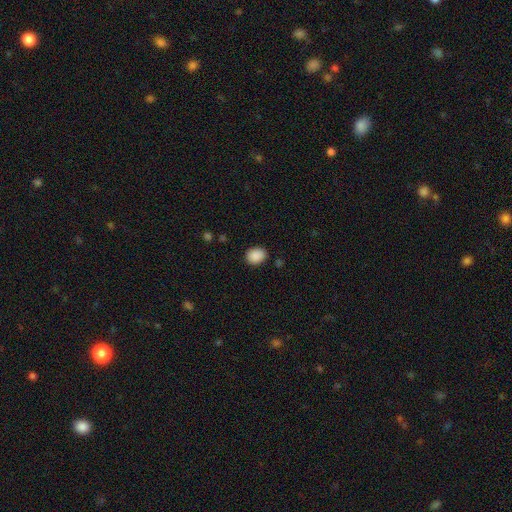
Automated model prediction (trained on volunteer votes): Smooth or featured? smooth (89%)
How rounded? in between (54%)
Merging? none (85%)